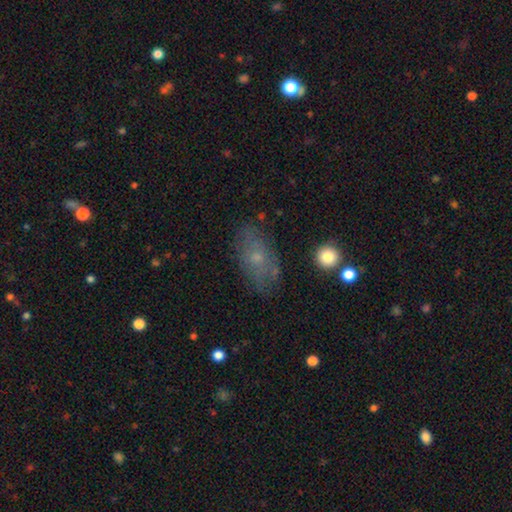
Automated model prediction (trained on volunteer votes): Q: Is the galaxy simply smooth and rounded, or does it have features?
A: smooth — 48%.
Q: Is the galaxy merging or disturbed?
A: none — 76%.